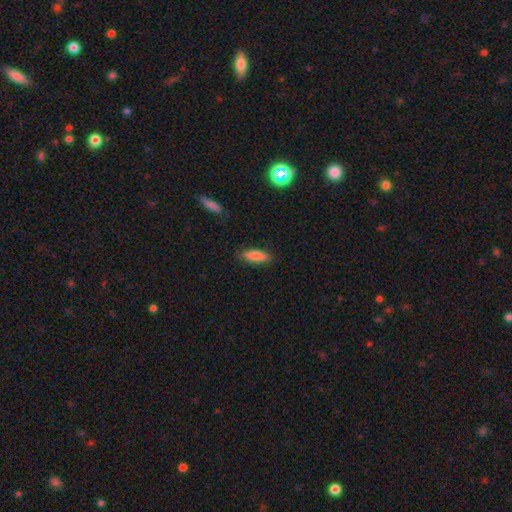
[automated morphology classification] Overall: smooth (83%). How rounded: in between (55%; cigar-shaped 44%). Merging: none (87%).